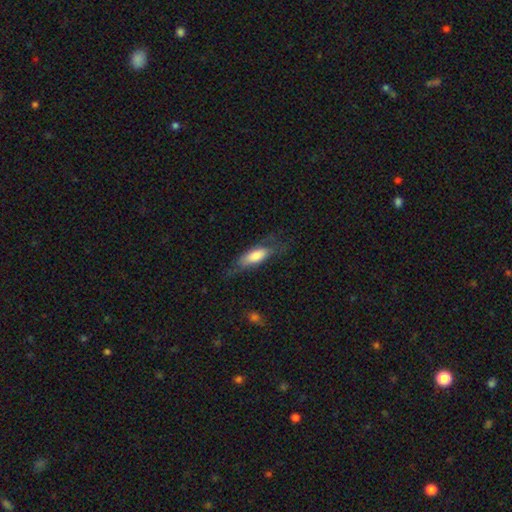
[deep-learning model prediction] A smooth galaxy with no disk features (65%) that is in between round and cigar-shaped (63%). Merging: none (60%).